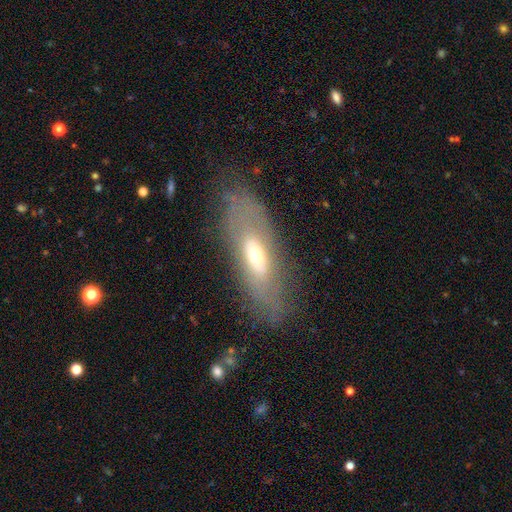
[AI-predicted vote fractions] The model was most divided on "smooth or featured": featured or disk: 54%, smooth: 37%, star or artifact: 8%. More confident: merging — none (72%); edge-on disk — no (68%).